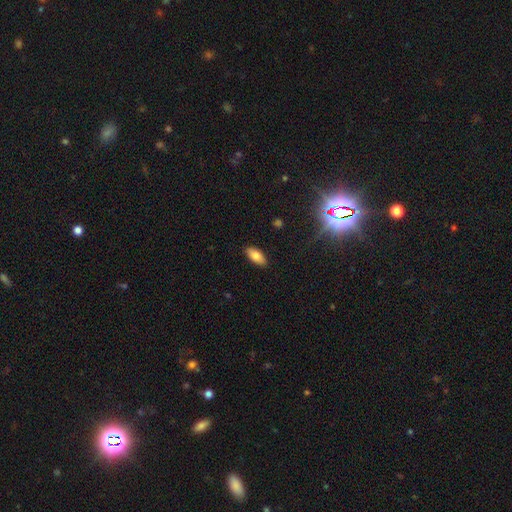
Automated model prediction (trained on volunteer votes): Q: Smooth or featured?
A: smooth (80%); runner-up: featured or disk (12%)
Q: How rounded?
A: in between (87%); runner-up: cigar-shaped (10%)
Q: Merging?
A: none (89%); runner-up: minor disturbance (9%)